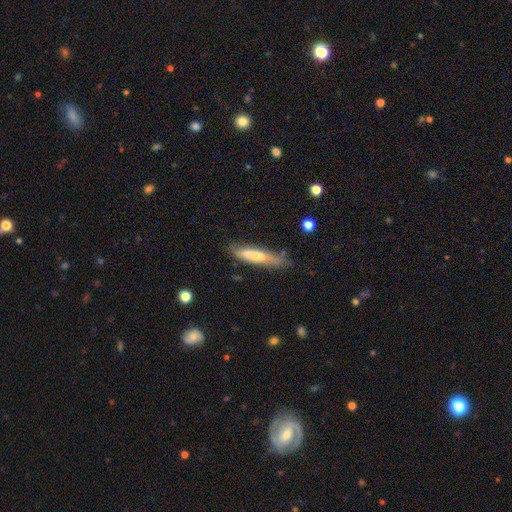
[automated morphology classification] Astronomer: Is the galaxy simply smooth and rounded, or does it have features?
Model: smooth — 60%.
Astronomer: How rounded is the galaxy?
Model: cigar-shaped — 82%.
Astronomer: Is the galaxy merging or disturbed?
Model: none — 63%.